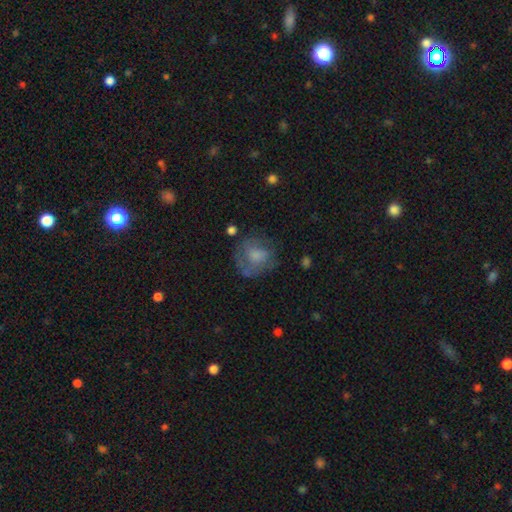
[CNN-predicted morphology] Q: Smooth or featured?
A: smooth (58%); runner-up: featured or disk (32%)
Q: How rounded?
A: round (73%); runner-up: in between (26%)
Q: Merging?
A: none (53%); runner-up: minor disturbance (23%)